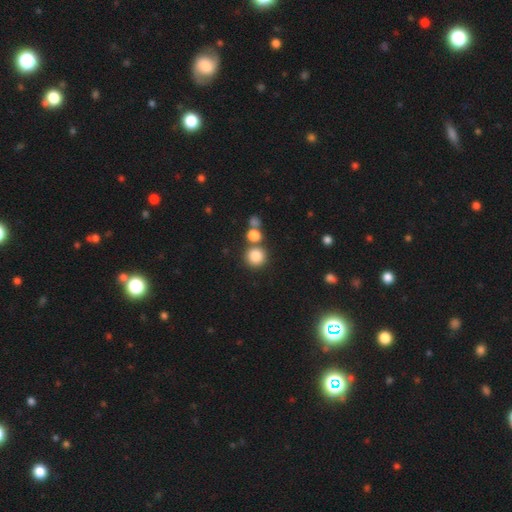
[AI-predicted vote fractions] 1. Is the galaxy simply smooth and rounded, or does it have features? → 83% smooth, 11% star or artifact, 6% featured or disk.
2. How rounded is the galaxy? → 92% round, 7% in between, 1% cigar-shaped.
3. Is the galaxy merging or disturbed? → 68% none, 21% merger, 8% minor disturbance, 3% major disturbance.